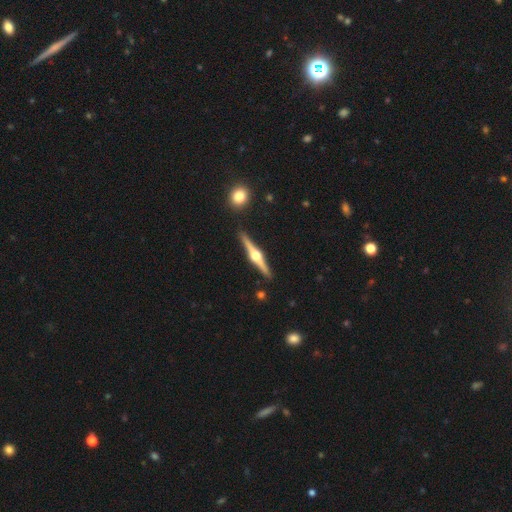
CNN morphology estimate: A featured or disk galaxy (85%) viewed edge-on (99%) with a rounded central bulge (96%).

Vote fractions:
- Smooth or featured? featured or disk: 85% / smooth: 11% / star or artifact: 5%
- Edge-on disk? yes: 99% / no: 1%
- Edge-on bulge? rounded: 96% / boxy: 3% / none: 1%
- Merging? none: 91% / minor disturbance: 6% / merger: 2% / major disturbance: 1%